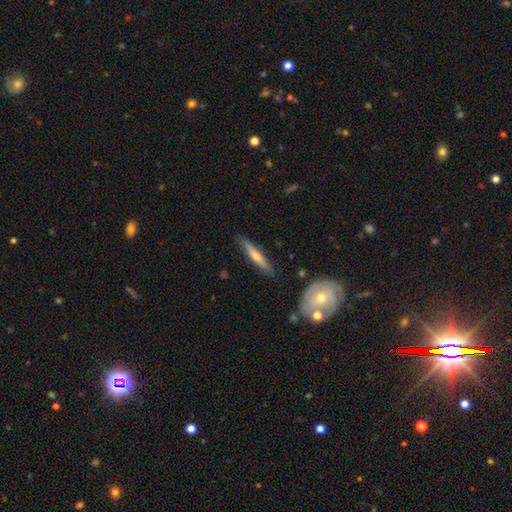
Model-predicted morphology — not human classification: Overall: featured or disk (59%; smooth 34%). Edge-on disk: yes (91%). Edge-on bulge: rounded (76%). Merging: none (85%).